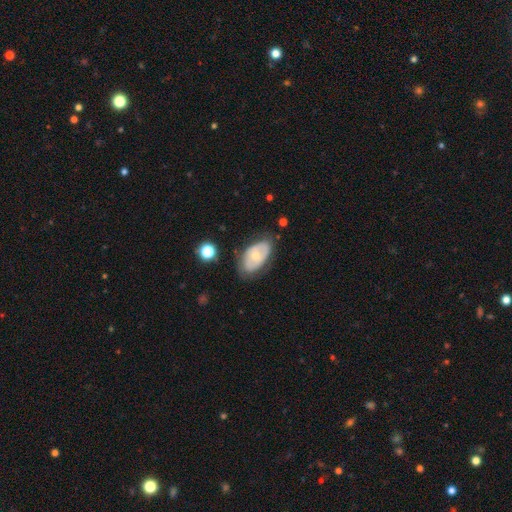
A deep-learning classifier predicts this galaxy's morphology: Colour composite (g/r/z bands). It shows a featured or disk galaxy (51%). Merging: none (68%).